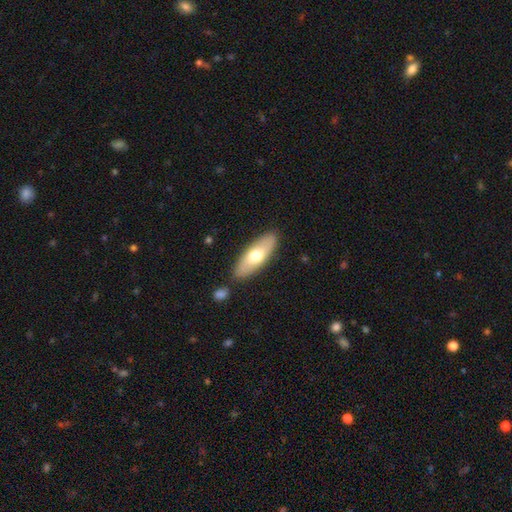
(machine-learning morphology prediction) Overall: smooth (62%; featured or disk 33%). How rounded: in between (66%; cigar-shaped 32%). Merging: none (83%).